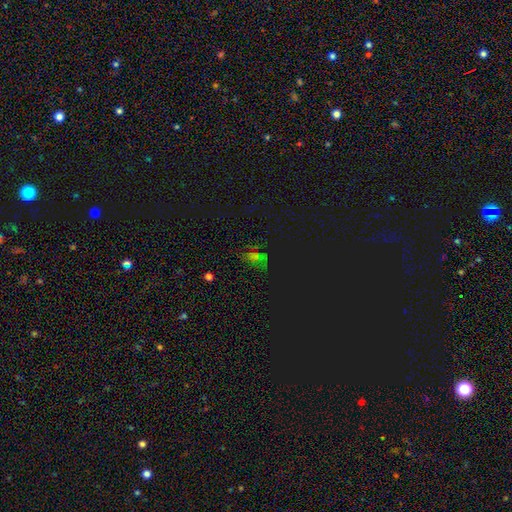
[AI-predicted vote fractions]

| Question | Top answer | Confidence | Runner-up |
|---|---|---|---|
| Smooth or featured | star or artifact | 56% | smooth (27%) |